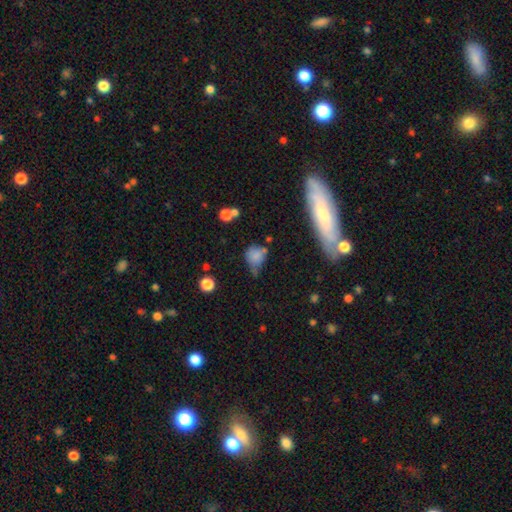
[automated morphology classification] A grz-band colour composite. It shows a smooth galaxy with no disk features (76%) that is round (64%). Merging: none (42%).